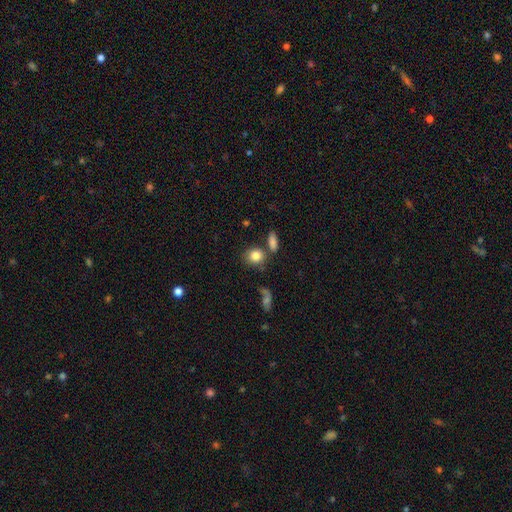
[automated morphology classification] Q: Smooth or featured?
A: smooth (83%); runner-up: star or artifact (9%)
Q: How rounded?
A: round (62%); runner-up: in between (36%)
Q: Merging?
A: none (65%); runner-up: merger (16%)